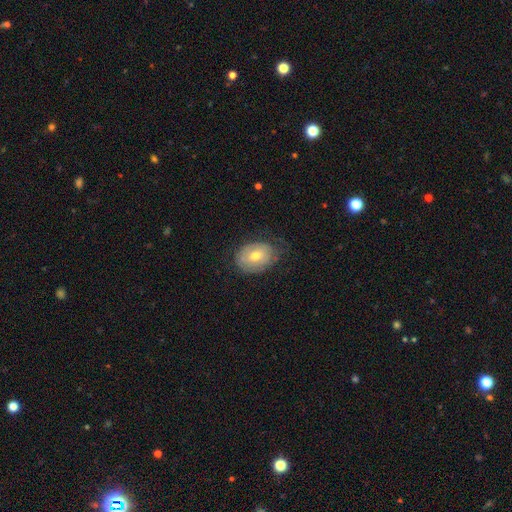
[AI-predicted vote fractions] smooth-or-featured: smooth: 54% | featured or disk: 39% | star or artifact: 7%
  how-rounded: in between: 71% | round: 28% | cigar-shaped: 1%
  merging: none: 62% | minor disturbance: 27% | major disturbance: 11% | merger: 1%